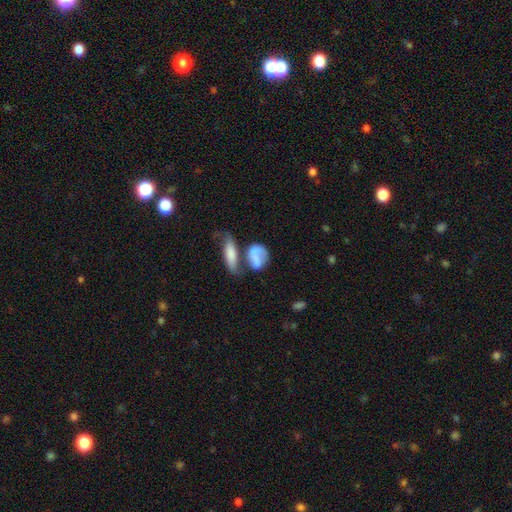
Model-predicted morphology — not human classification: Smooth or featured? Predicted: smooth (p=0.65). How rounded? Predicted: in between (p=0.62). Merging? Predicted: merger (p=0.42).